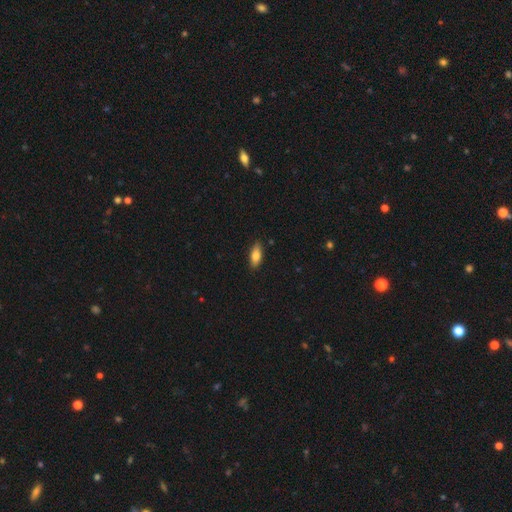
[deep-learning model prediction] Smooth or featured?
  - smooth: 79% *
  - featured or disk: 15%
  - star or artifact: 7%
How rounded?
  - in between: 77% *
  - cigar-shaped: 20%
  - round: 3%
Merging?
  - none: 87% *
  - minor disturbance: 10%
  - major disturbance: 2%
  - merger: 1%